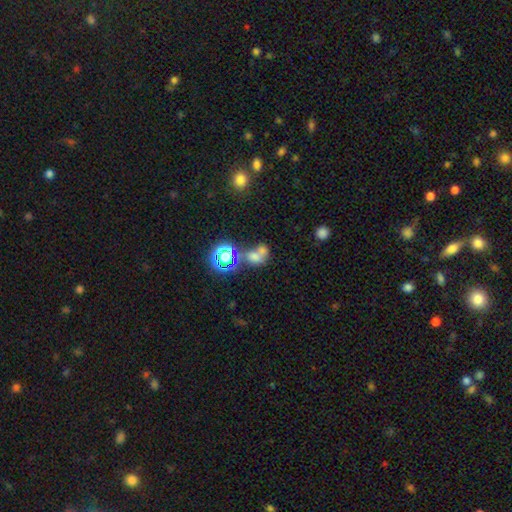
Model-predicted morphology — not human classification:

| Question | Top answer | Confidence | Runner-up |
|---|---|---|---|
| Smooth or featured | smooth | 57% | star or artifact (26%) |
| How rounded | in between | 53% | round (45%) |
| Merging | merger | 56% | none (25%) |